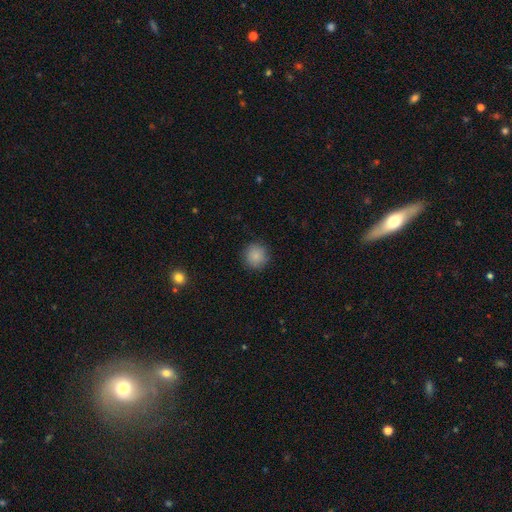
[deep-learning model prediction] smooth-or-featured: smooth: 86% | star or artifact: 9% | featured or disk: 4%
  how-rounded: round: 94% | in between: 5% | cigar-shaped: 1%
  merging: none: 90% | minor disturbance: 7% | major disturbance: 2% | merger: 1%